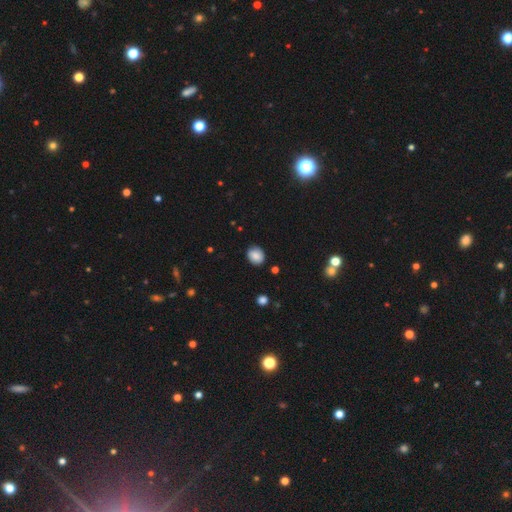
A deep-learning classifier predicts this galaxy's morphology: smooth 82%, star or artifact 9%, featured or disk 8%. Down the decision tree: how rounded — round (57%); merging — none (83%).